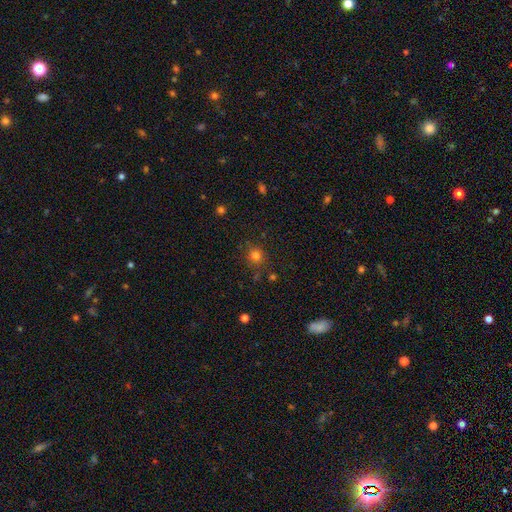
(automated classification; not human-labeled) Smooth or featured? smooth (79%)
How rounded? round (90%)
Merging? none (84%)